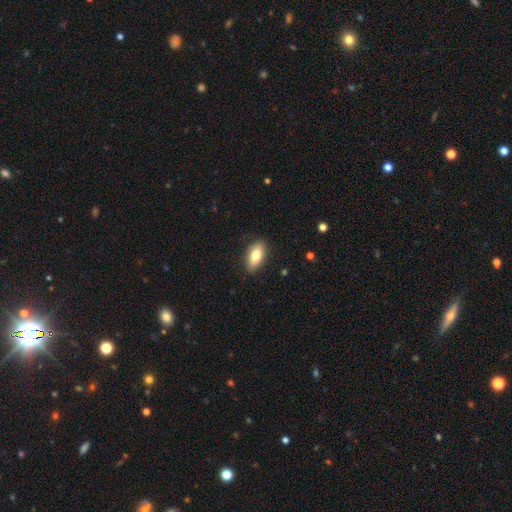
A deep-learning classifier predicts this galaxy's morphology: This is clearly a smooth galaxy (81%). How rounded: clearly in between (88%). Merging: clearly none (85%).